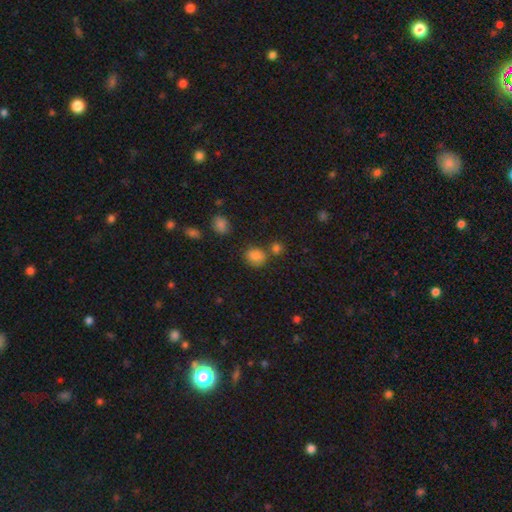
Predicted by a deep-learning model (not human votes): Smooth or featured? Predicted: smooth (p=0.82). How rounded? Predicted: round (p=0.64). Merging? Predicted: none (p=0.68).